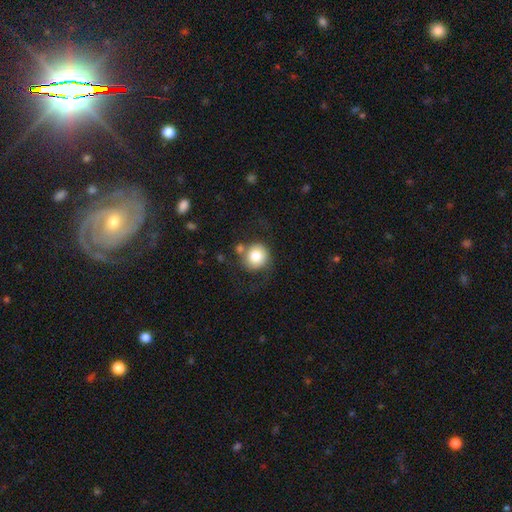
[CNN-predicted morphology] Smooth or featured? smooth (78%)
How rounded? round (90%)
Merging? none (67%)